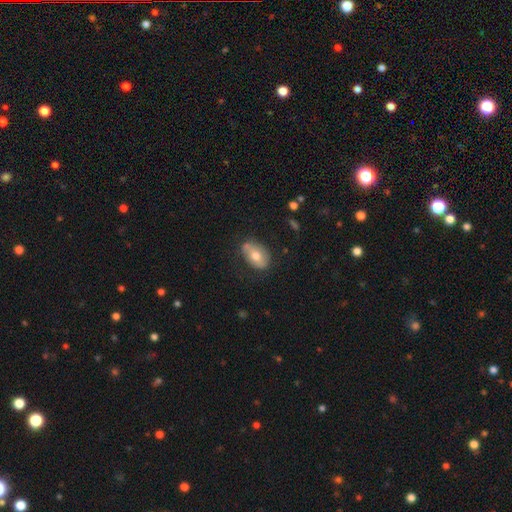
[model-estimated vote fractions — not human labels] Morphology: type=smooth (61%); roundness=in between (84%); merging=none (63%).